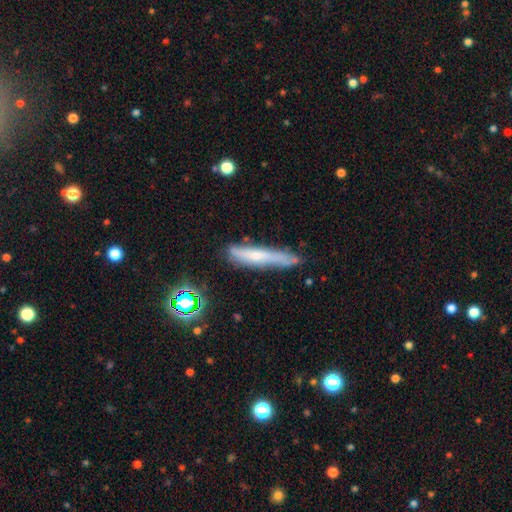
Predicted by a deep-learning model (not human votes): smooth_or_featured: smooth (p=0.53) [alt: featured or disk p=0.39]
how_rounded: cigar-shaped (p=0.89) [alt: in between p=0.10]
merging: none (p=0.59) [alt: minor disturbance p=0.27]